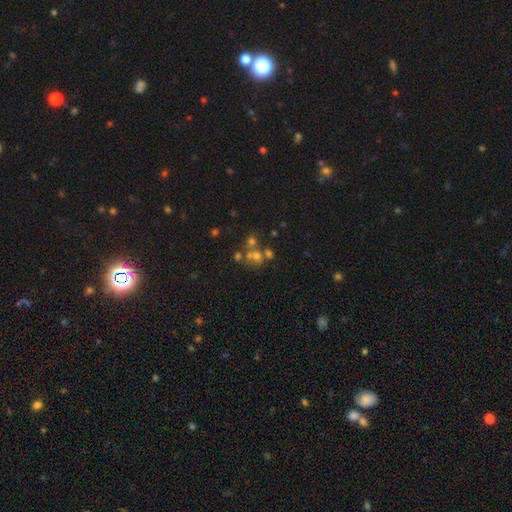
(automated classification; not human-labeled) Smooth or featured? Predicted: smooth (p=0.50). How rounded? Predicted: round (p=0.73). Merging? Predicted: merger (p=0.44).